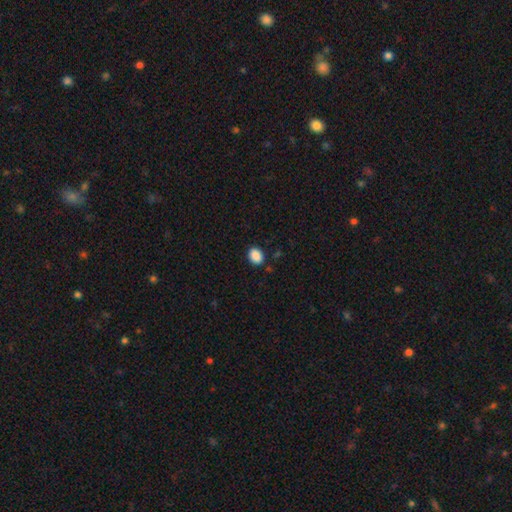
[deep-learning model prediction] A smooth galaxy with no disk features (89%) that is in between round and cigar-shaped (62%). Merging: none (88%).